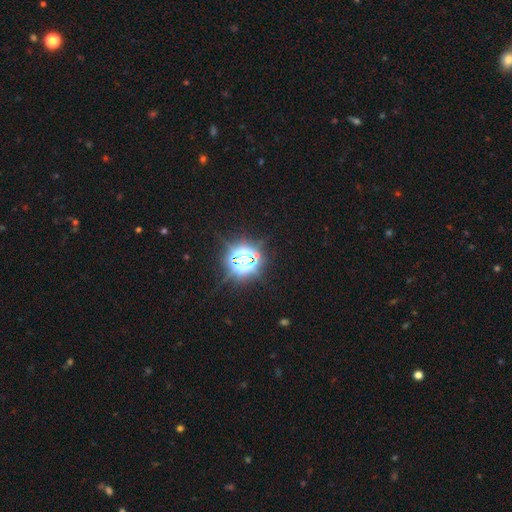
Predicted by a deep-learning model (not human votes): Smooth or featured?
  - star or artifact: 83% *
  - smooth: 12%
  - featured or disk: 6%